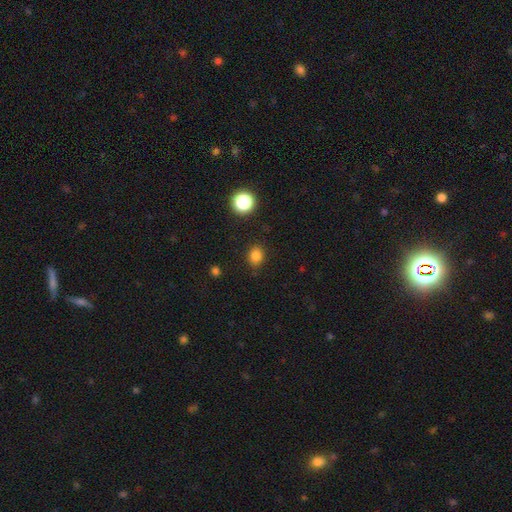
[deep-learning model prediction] This is clearly a smooth galaxy (82%). How rounded: likely round (60%). Merging: clearly none (86%).